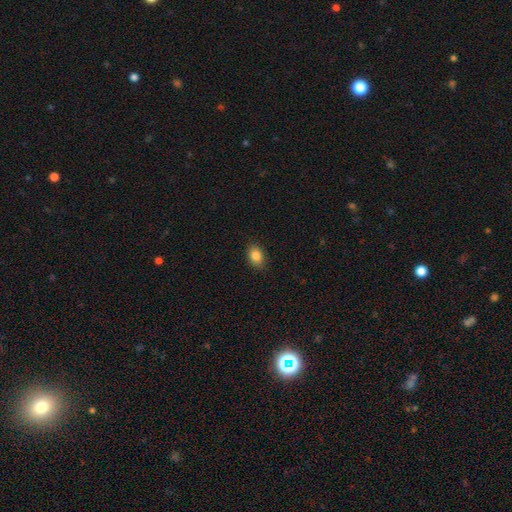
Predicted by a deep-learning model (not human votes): smooth 86%, star or artifact 9%, featured or disk 5%. Down the decision tree: how rounded — in between (75%); merging — none (86%).